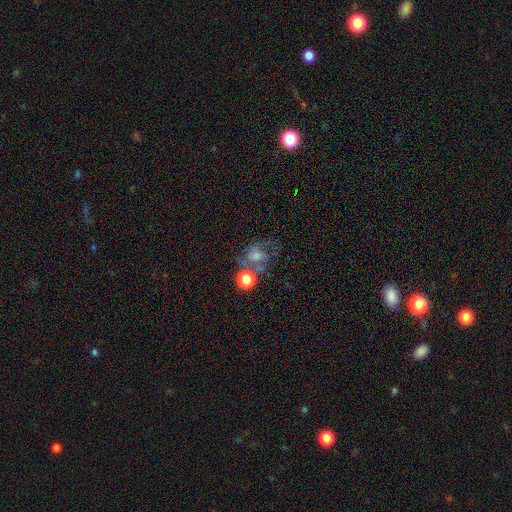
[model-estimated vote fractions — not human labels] The model was most divided on "smooth or featured": featured or disk: 48%, smooth: 33%, star or artifact: 19%. Remaining: merging — none (43%).